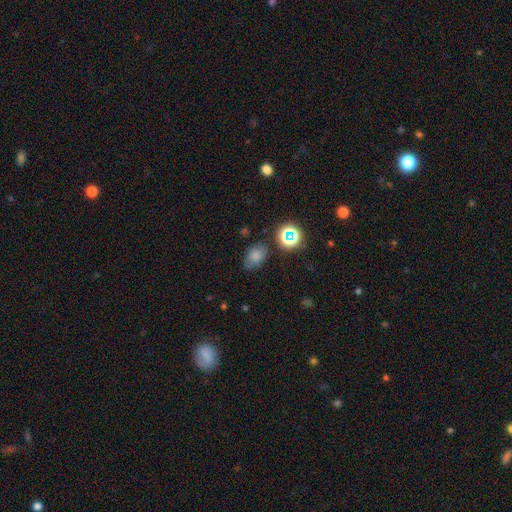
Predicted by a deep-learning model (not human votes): A smooth galaxy with no disk features (73%) that is in between round and cigar-shaped (76%).

Vote fractions:
- Smooth or featured? smooth: 73% / star or artifact: 17% / featured or disk: 10%
- How rounded? in between: 76% / round: 23% / cigar-shaped: 1%
- Merging? none: 71% / minor disturbance: 20% / major disturbance: 5% / merger: 4%